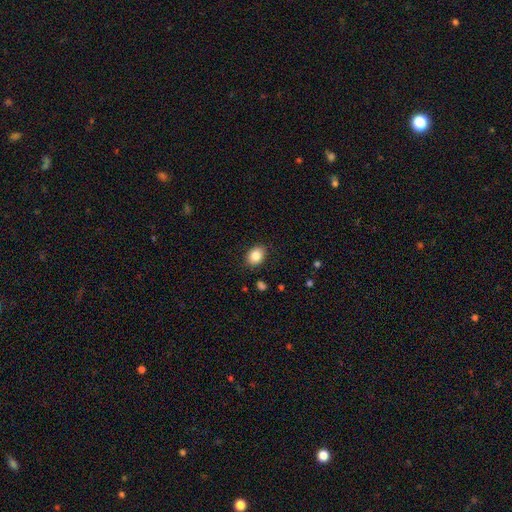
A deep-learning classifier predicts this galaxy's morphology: Smooth or featured: smooth — 85% (star or artifact — 9%)
How rounded: in between — 60% (round — 39%)
Merging: none — 87% (minor disturbance — 10%)